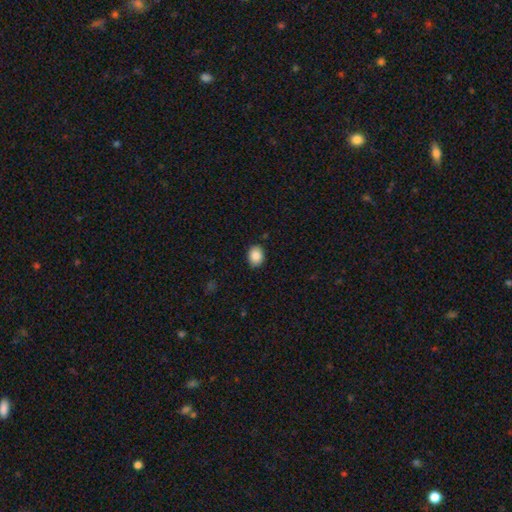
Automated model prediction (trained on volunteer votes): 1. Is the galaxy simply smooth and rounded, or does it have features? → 88% smooth, 8% star or artifact, 4% featured or disk.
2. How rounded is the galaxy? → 57% in between, 42% round, 1% cigar-shaped.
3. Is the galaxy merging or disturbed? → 87% none, 10% minor disturbance, 2% major disturbance, 1% merger.